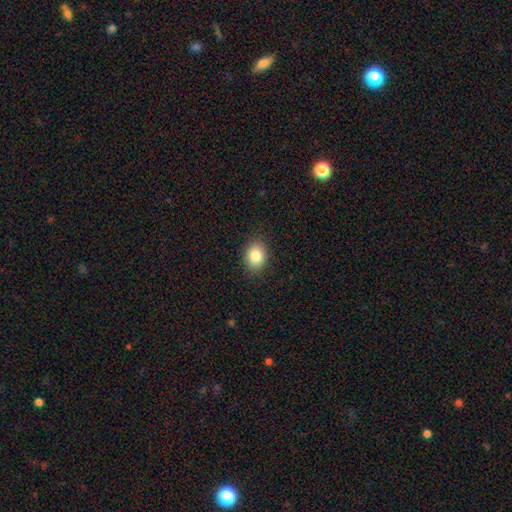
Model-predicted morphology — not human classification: Overall: smooth (84%). How rounded: in between (55%; round 44%). Merging: none (88%).